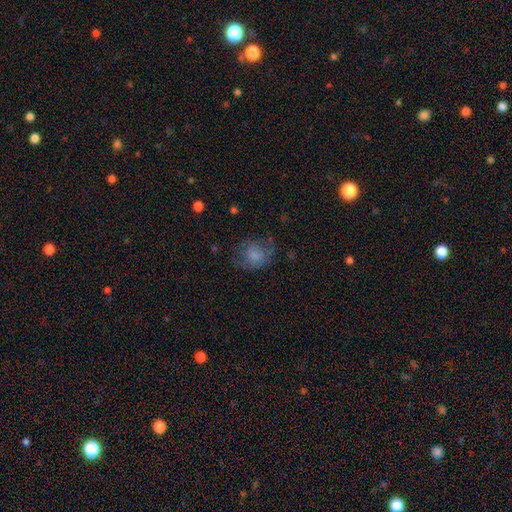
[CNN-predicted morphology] Smooth or featured?
  - smooth: 72% *
  - featured or disk: 17%
  - star or artifact: 11%
How rounded?
  - round: 64% *
  - in between: 35%
  - cigar-shaped: 1%
Merging?
  - none: 57% *
  - minor disturbance: 25%
  - major disturbance: 17%
  - merger: 2%